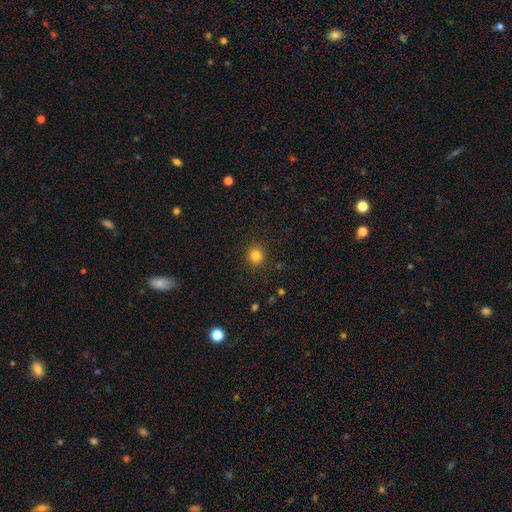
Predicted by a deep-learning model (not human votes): Q: Smooth or featured?
A: smooth (83%); runner-up: star or artifact (12%)
Q: How rounded?
A: round (91%); runner-up: in between (8%)
Q: Merging?
A: none (90%); runner-up: minor disturbance (7%)